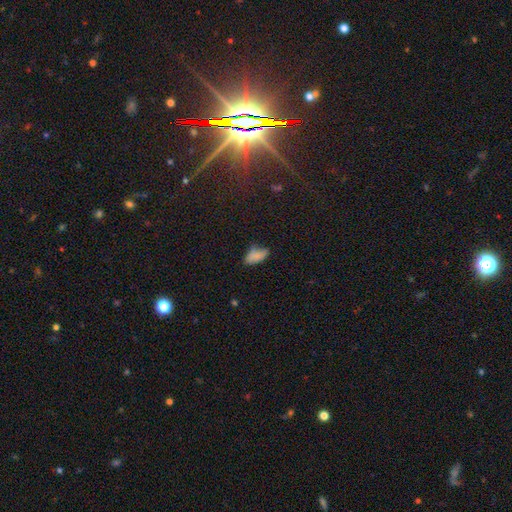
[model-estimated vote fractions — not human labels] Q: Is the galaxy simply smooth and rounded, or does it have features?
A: smooth — 77%.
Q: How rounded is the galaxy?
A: in between — 89%.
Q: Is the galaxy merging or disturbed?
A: none — 50%.